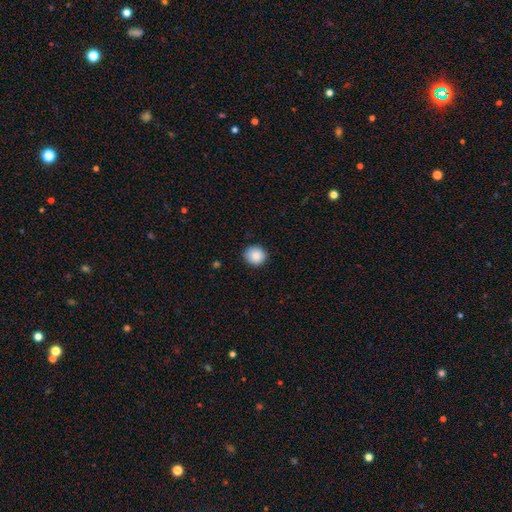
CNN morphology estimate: This appears to be a smooth galaxy with no disk features (88%) that is round (86%). Merging: none (88%).